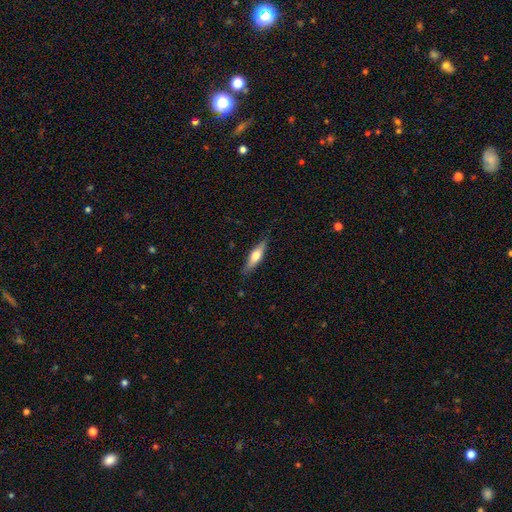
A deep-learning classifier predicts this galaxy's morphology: smooth 53%, featured or disk 41%, star or artifact 6%. Down the decision tree: how rounded — cigar-shaped (68%); merging — none (84%).